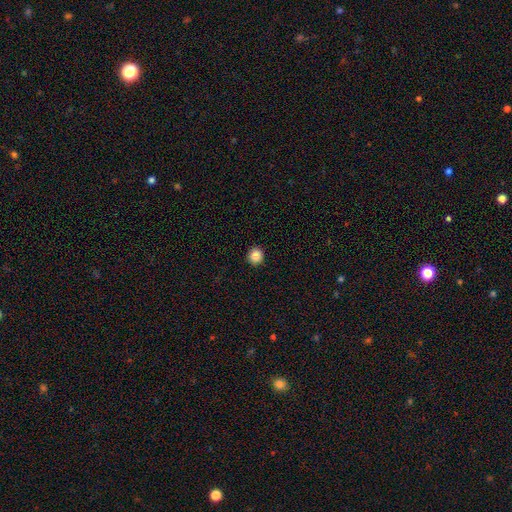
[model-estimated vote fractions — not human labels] Smooth or featured: smooth — 87% (star or artifact — 10%)
How rounded: round — 87% (in between — 12%)
Merging: none — 92% (minor disturbance — 5%)